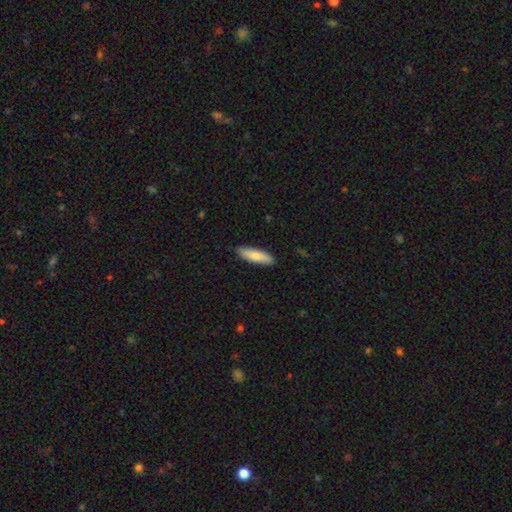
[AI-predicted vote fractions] Overall: smooth (83%). How rounded: cigar-shaped (61%; in between 37%). Merging: none (90%).